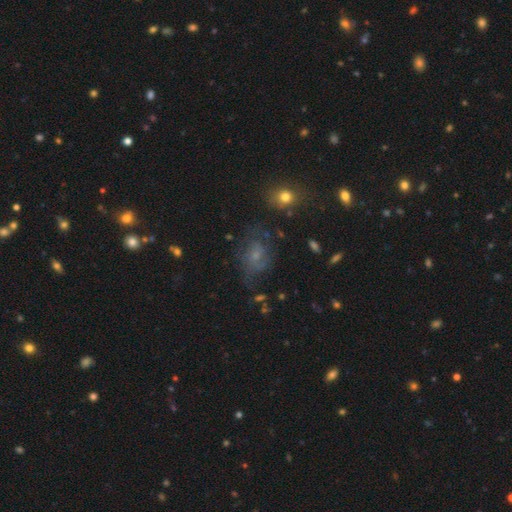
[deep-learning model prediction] featured or disk 46%, smooth 32%, star or artifact 22%. Down the decision tree: merging — none (55%).